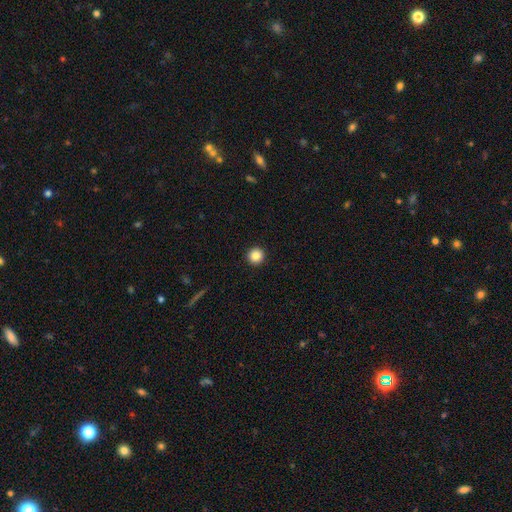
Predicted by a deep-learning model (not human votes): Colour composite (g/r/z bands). It shows a smooth galaxy with no disk features (87%) that is round (96%). Merging: none (94%).